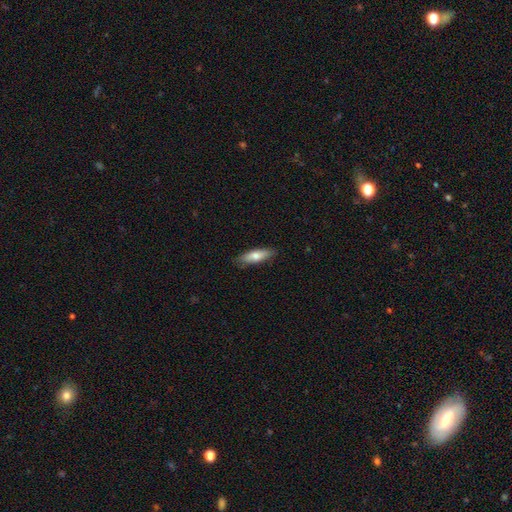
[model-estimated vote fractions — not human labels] smooth-or-featured: smooth: 68% | featured or disk: 25% | star or artifact: 6%
  how-rounded: cigar-shaped: 51% | in between: 47% | round: 2%
  merging: none: 84% | minor disturbance: 12% | major disturbance: 2% | merger: 1%